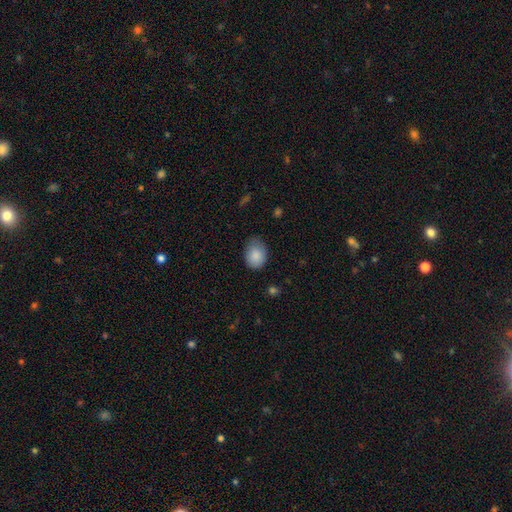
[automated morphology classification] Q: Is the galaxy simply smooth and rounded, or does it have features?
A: smooth — 87%.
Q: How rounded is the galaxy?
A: in between — 69%.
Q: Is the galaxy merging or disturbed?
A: none — 64%.